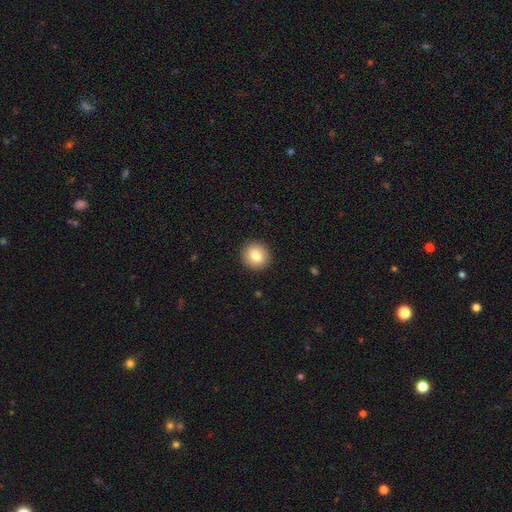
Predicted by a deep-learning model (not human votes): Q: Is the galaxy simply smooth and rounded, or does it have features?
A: smooth — 82%.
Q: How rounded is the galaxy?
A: round — 88%.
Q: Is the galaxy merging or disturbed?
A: none — 92%.